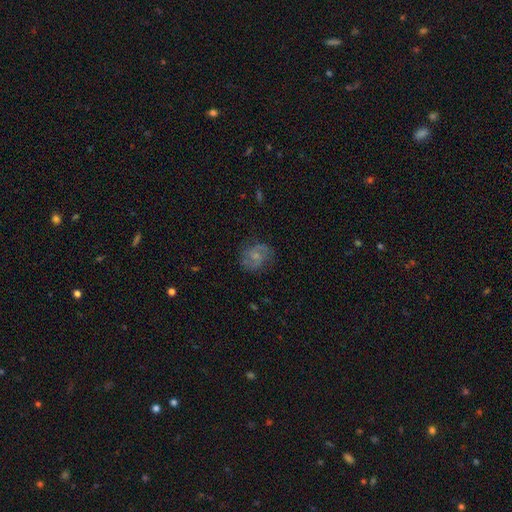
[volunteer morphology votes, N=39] Overall: smooth (49%; featured or disk 46%). How rounded: in between (63%; round 37%). Merging: none (76%).